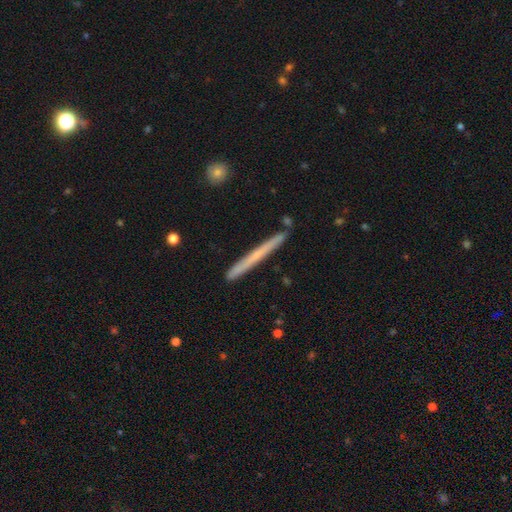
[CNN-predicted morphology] Overall: featured or disk (49%; smooth 44%). Merging: none (89%).